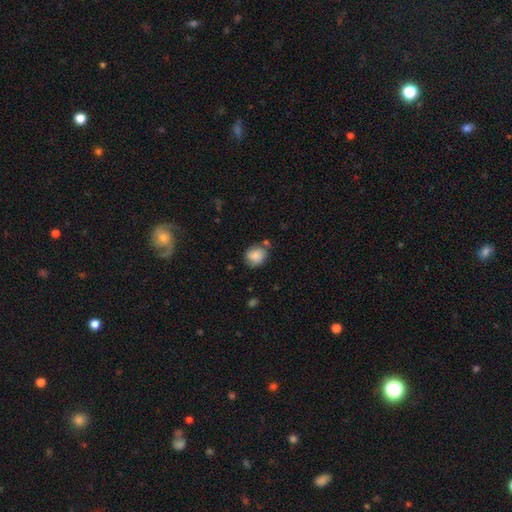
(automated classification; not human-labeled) This is likely a smooth galaxy (76%). How rounded: possibly round (54%). Merging: possibly none (58%).